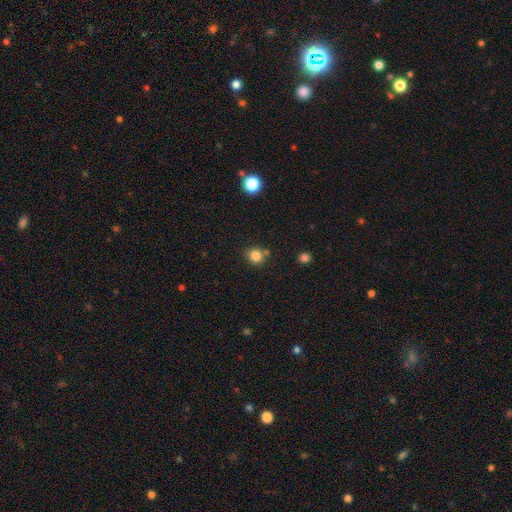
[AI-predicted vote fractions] This is clearly a smooth galaxy (82%). How rounded: clearly round (89%). Merging: likely none (78%).